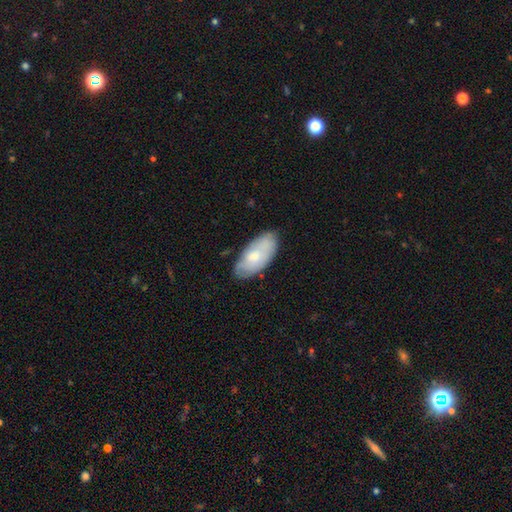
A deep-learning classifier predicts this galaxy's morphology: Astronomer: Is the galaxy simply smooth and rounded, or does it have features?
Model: smooth — 66%.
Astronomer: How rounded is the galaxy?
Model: in between — 93%.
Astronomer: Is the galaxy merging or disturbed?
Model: none — 76%.